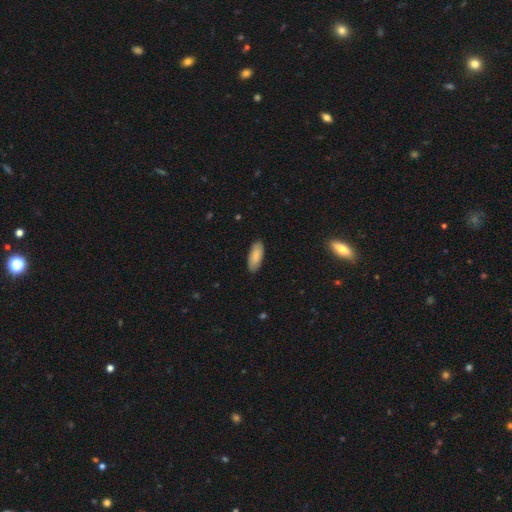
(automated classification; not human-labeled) Morphology: type=smooth (86%); roundness=in between (82%); merging=none (87%).